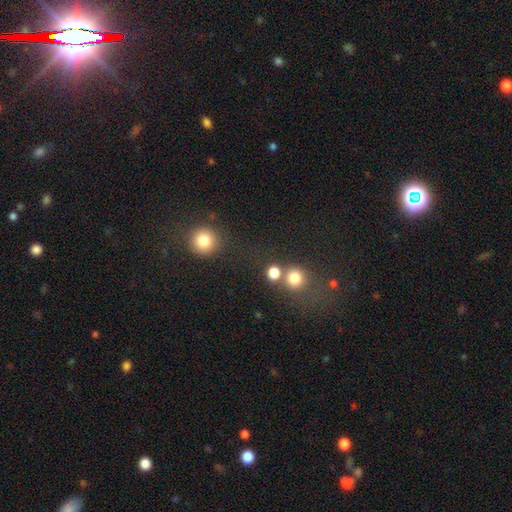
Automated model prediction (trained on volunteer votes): A smooth galaxy with no disk features (52%) that is round (87%). Merging: none (56%).